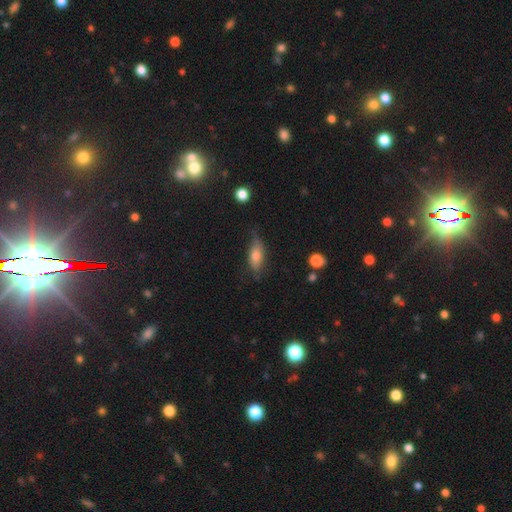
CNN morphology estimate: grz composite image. It shows a smooth galaxy with no disk features (64%) that is in between round and cigar-shaped (68%). Merging: none (63%).